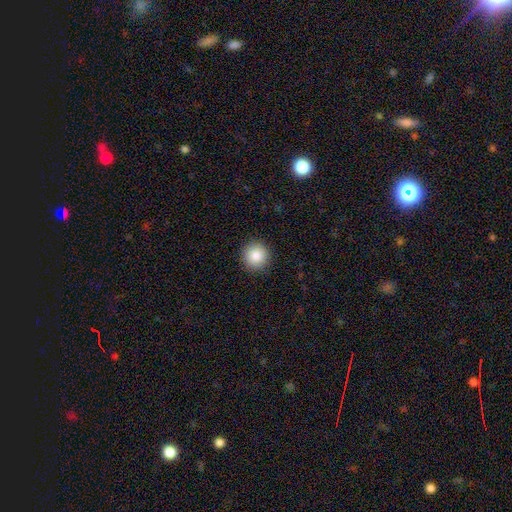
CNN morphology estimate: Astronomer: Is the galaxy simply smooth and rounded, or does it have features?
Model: smooth — 86%.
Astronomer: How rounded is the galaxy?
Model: round — 95%.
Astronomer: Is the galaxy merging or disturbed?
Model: none — 92%.